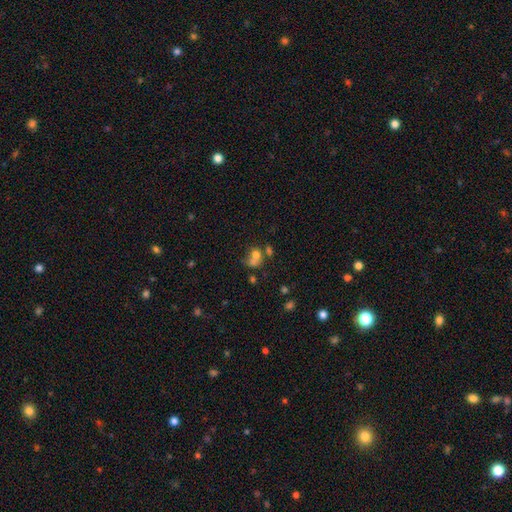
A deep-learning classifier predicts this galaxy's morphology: smooth-or-featured: smooth: 65% | featured or disk: 19% | star or artifact: 16%
  how-rounded: round: 57% | in between: 42% | cigar-shaped: 1%
  merging: merger: 53% | none: 26% | minor disturbance: 10% | major disturbance: 10%